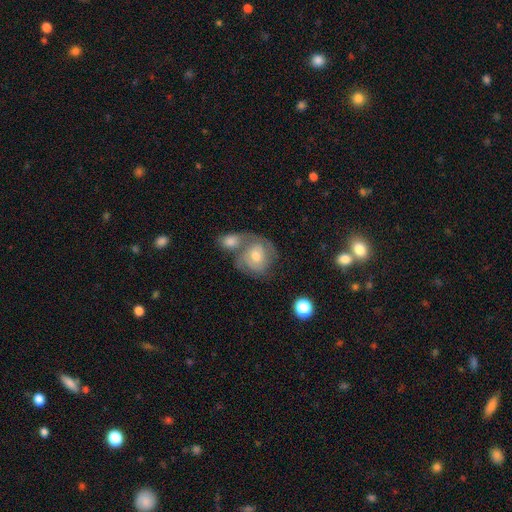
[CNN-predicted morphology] type=featured or disk (61%); edge-on=no (96%); bar=no (68%); spiral arms=yes (82%); bulge=moderate (57%); merging=none (54%).